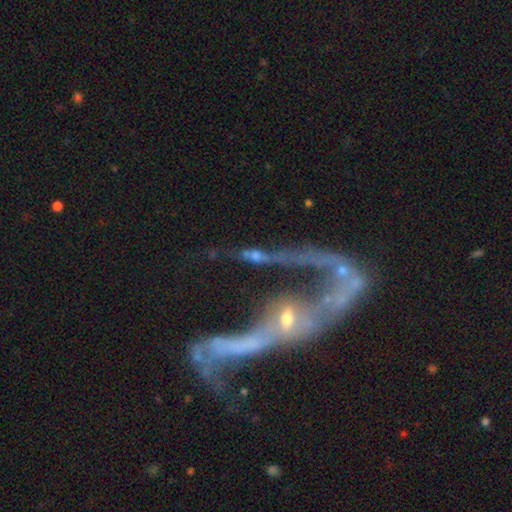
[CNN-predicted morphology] This is possibly a featured or disk galaxy (56%). It is likely not viewed edge-on (66%). Merging: marginally merger (36%).